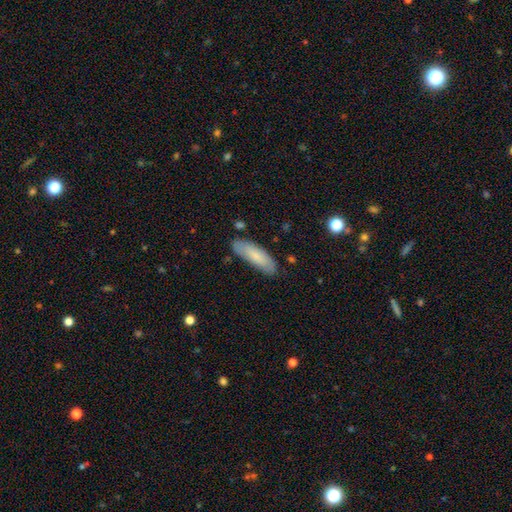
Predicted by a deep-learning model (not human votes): Morphology: type=smooth (79%); roundness=in between (51%); merging=none (80%).